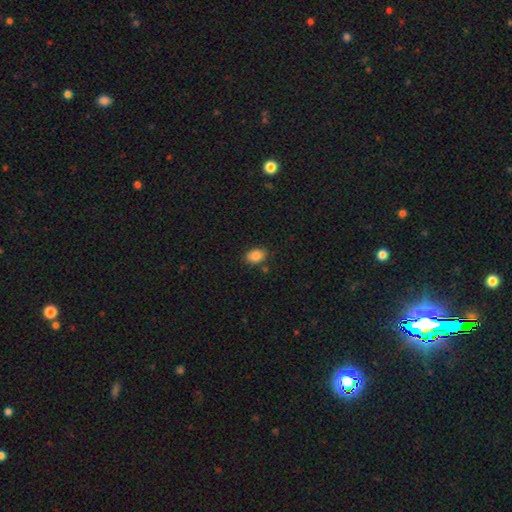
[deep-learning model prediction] smooth 86%, star or artifact 9%, featured or disk 5%. Down the decision tree: how rounded — in between (77%); merging — none (82%).